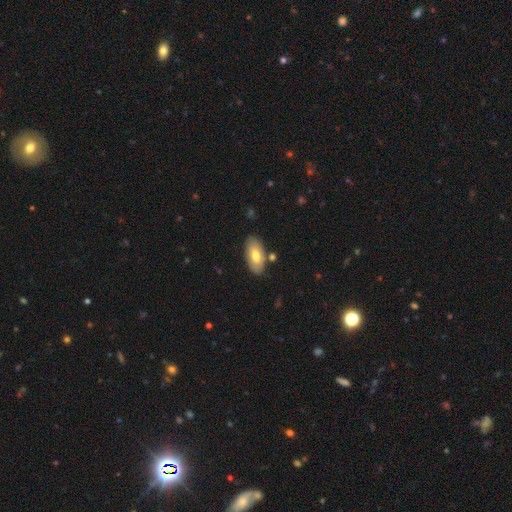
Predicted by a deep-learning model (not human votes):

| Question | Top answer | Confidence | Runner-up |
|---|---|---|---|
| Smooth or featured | smooth | 71% | featured or disk (23%) |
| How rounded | in between | 93% | cigar-shaped (4%) |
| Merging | none | 80% | minor disturbance (12%) |